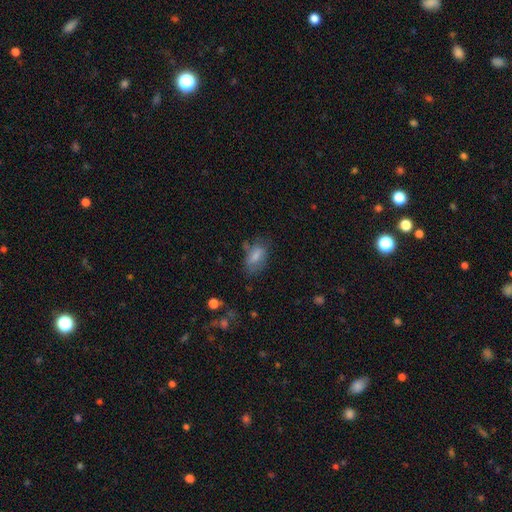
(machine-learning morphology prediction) smooth 75%, featured or disk 17%, star or artifact 8%. Down the decision tree: how rounded — in between (88%); merging — none (57%).